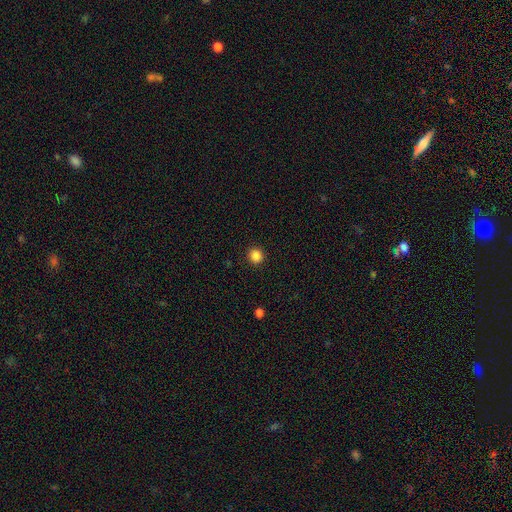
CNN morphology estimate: smooth 86%, star or artifact 11%, featured or disk 3%. Down the decision tree: how rounded — round (90%); merging — none (92%).